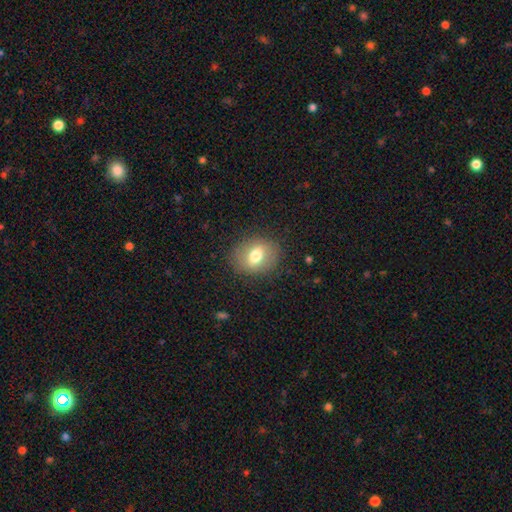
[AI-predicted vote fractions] smooth 68%, featured or disk 23%, star or artifact 9%. Down the decision tree: how rounded — round (50%); merging — none (85%).